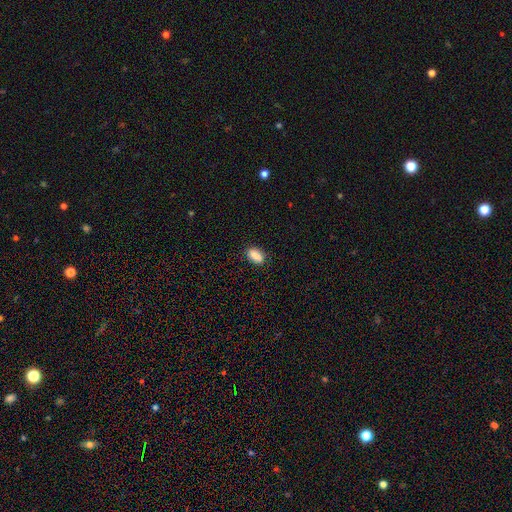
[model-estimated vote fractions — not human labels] This is clearly a smooth galaxy (84%). How rounded: clearly in between (80%). Merging: clearly none (85%).